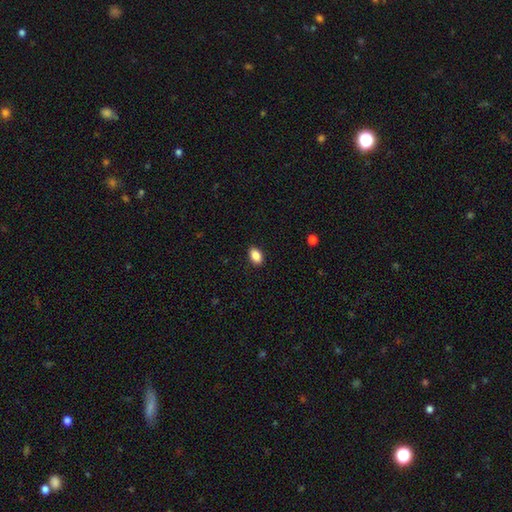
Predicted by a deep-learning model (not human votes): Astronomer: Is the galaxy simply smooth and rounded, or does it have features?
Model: smooth — 88%.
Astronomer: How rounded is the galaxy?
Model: in between — 88%.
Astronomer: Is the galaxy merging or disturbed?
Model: none — 89%.